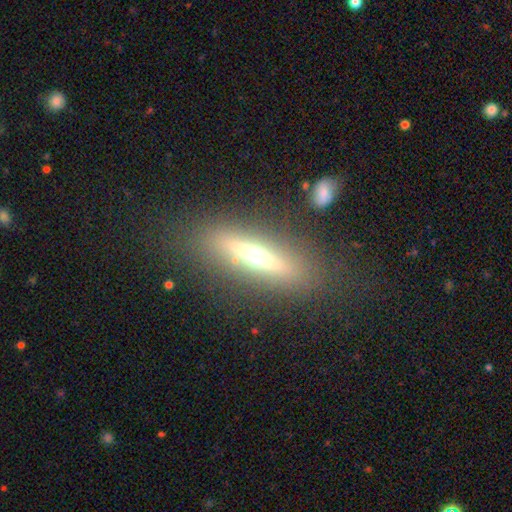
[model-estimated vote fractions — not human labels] Smooth or featured? Predicted: featured or disk (p=0.61). Edge-on disk? Predicted: yes (p=0.88). Edge-on bulge? Predicted: rounded (p=0.89). Merging? Predicted: none (p=0.81).